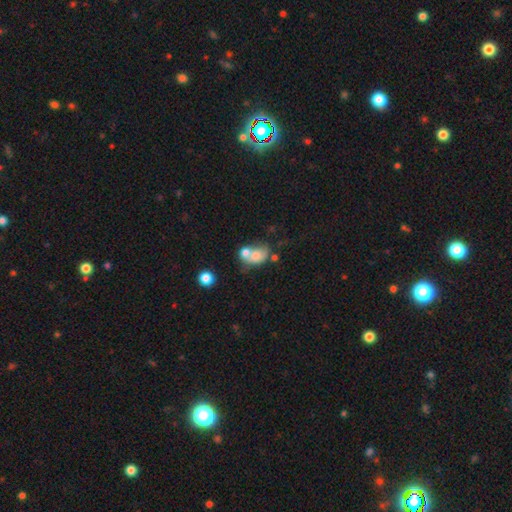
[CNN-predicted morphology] Smooth or featured: smooth — 68% (featured or disk — 22%)
How rounded: in between — 73% (round — 25%)
Merging: merger — 53% (none — 23%)